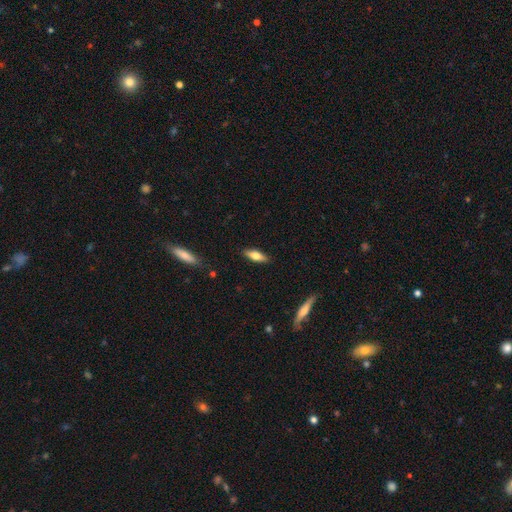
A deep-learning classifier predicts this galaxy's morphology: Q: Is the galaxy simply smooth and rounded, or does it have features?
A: smooth — 65%.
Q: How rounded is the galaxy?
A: in between — 63%.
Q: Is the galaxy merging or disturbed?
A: none — 87%.